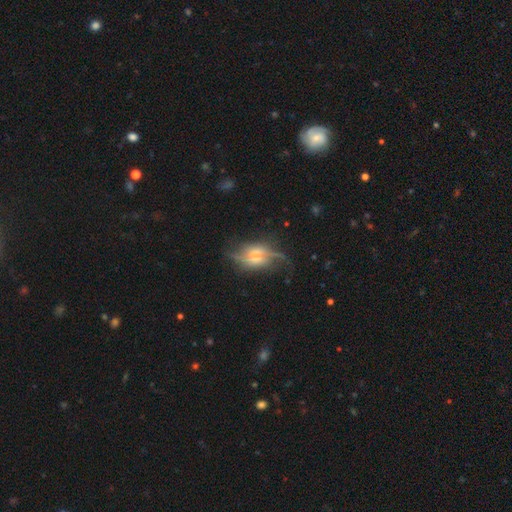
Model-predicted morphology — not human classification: Overall: featured or disk (70%). Edge-on disk: no (68%; yes 32%). Merging: none (47%; minor disturbance 24%).